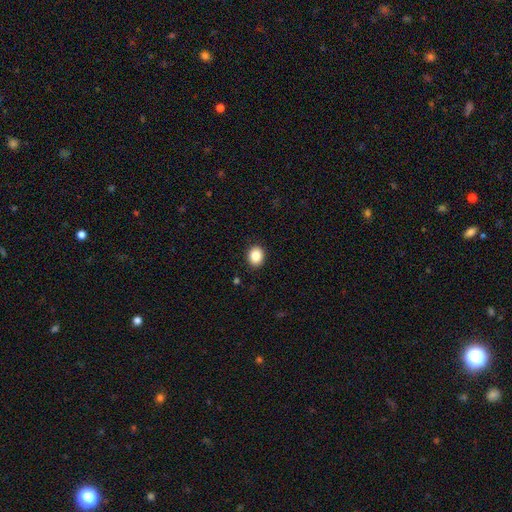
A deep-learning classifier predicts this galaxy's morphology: smooth_or_featured: smooth (p=0.87) [alt: star or artifact p=0.09]
how_rounded: round (p=0.56) [alt: in between p=0.43]
merging: none (p=0.91) [alt: minor disturbance p=0.07]